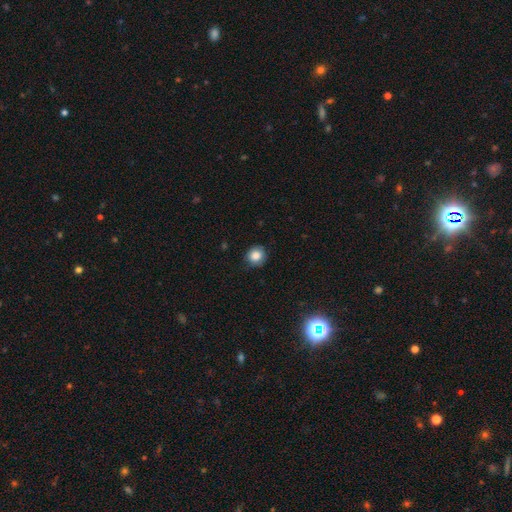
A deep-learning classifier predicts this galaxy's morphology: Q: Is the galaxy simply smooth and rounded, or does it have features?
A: smooth — 85%.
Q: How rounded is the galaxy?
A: round — 87%.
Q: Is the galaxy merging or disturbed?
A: none — 83%.